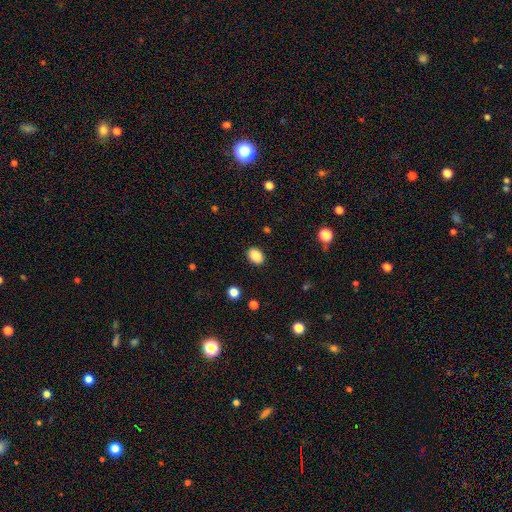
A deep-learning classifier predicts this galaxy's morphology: smooth-or-featured: smooth: 89% | star or artifact: 8% | featured or disk: 3%
  how-rounded: in between: 78% | round: 21% | cigar-shaped: 1%
  merging: none: 89% | minor disturbance: 7% | major disturbance: 2% | merger: 1%